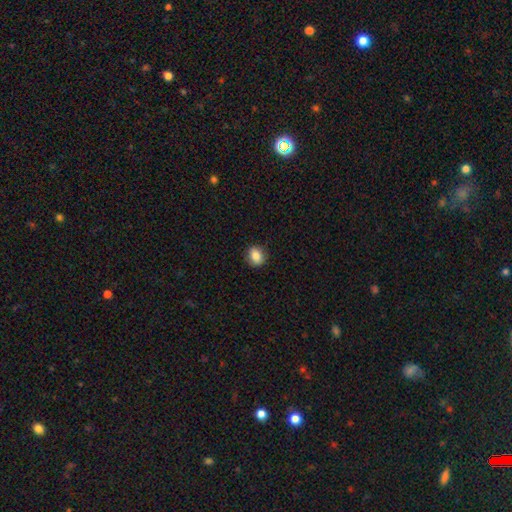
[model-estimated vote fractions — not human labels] A smooth galaxy with no disk features (84%) that is round (65%).

Vote fractions:
- Smooth or featured? smooth: 84% / star or artifact: 9% / featured or disk: 7%
- How rounded? round: 65% / in between: 34% / cigar-shaped: 1%
- Merging? none: 86% / minor disturbance: 10% / major disturbance: 2% / merger: 1%